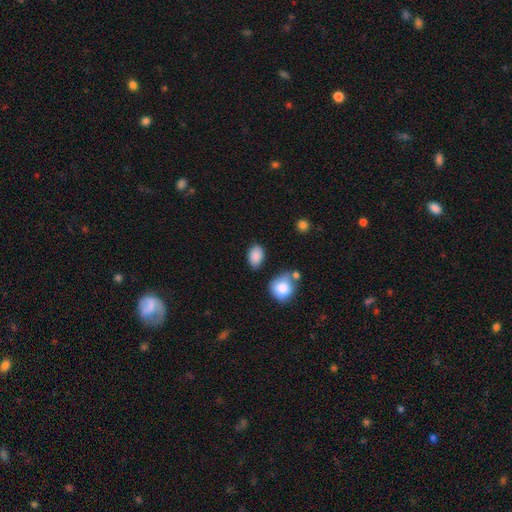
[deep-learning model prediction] Morphology: type=smooth (88%); roundness=in between (85%); merging=none (74%).